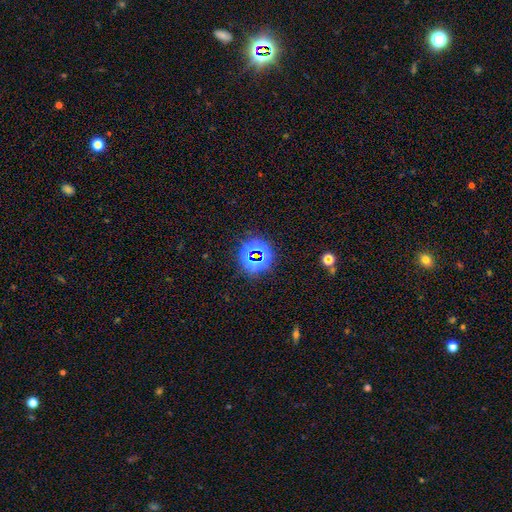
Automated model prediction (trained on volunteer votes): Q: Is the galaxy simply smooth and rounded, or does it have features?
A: star or artifact — 73%.